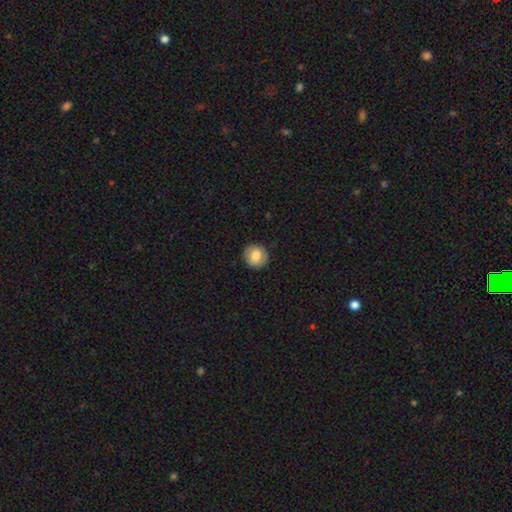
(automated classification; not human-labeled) smooth-or-featured: smooth: 78% | featured or disk: 14% | star or artifact: 8%
  how-rounded: round: 86% | in between: 13% | cigar-shaped: 1%
  merging: none: 88% | minor disturbance: 8% | major disturbance: 2% | merger: 1%